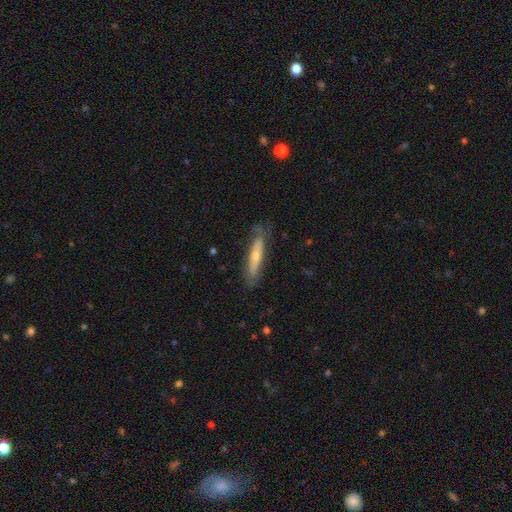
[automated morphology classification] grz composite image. It shows a featured or disk galaxy (54%) viewed edge-on (67%). Merging: none (75%).